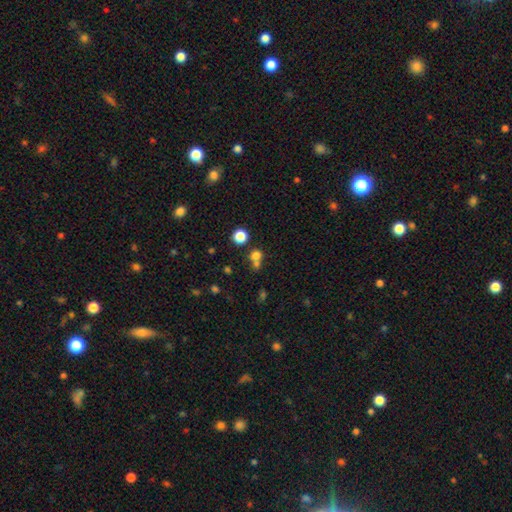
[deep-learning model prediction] A smooth galaxy with no disk features (73%) that is round (84%). Merging: none (51%).